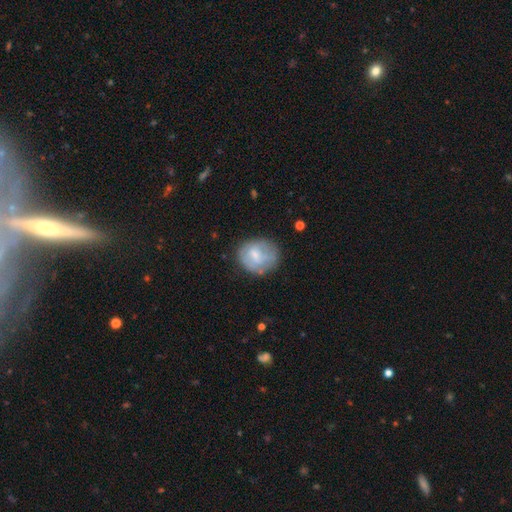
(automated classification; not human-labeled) smooth 58%, featured or disk 35%, star or artifact 7%. Down the decision tree: how rounded — round (70%); merging — none (62%).